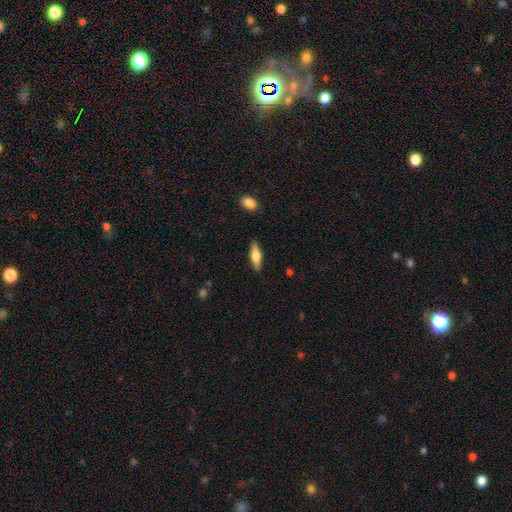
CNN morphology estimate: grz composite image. It shows a smooth galaxy with no disk features (64%) that is cigar-shaped (51%). Merging: none (87%).